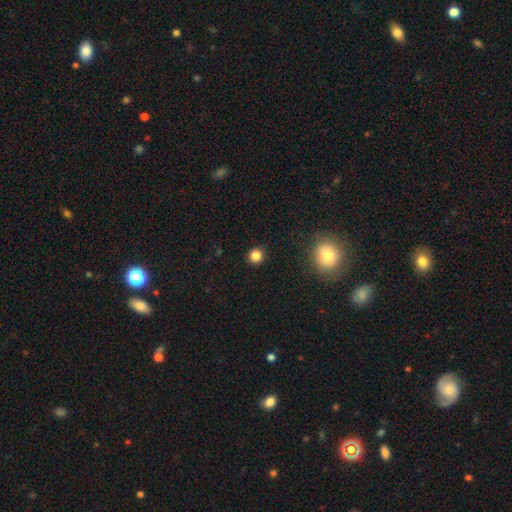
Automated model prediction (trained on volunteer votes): Overall: smooth (83%). How rounded: round (94%). Merging: none (92%).